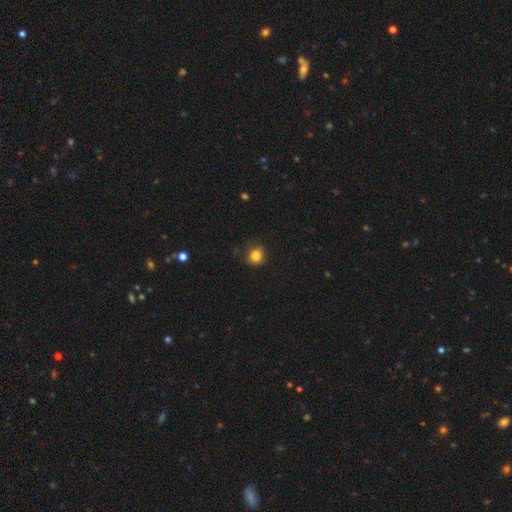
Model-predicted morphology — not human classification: Q: Smooth or featured?
A: smooth (84%); runner-up: star or artifact (11%)
Q: How rounded?
A: round (81%); runner-up: in between (18%)
Q: Merging?
A: none (76%); runner-up: minor disturbance (18%)